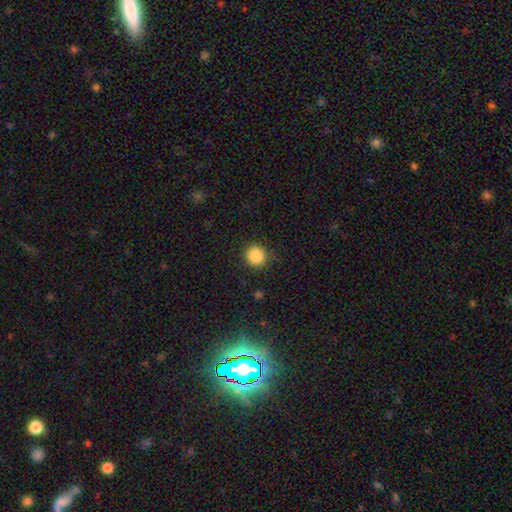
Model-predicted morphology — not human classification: Smooth or featured: smooth — 86% (star or artifact — 10%)
How rounded: round — 93% (in between — 6%)
Merging: none — 87% (minor disturbance — 9%)